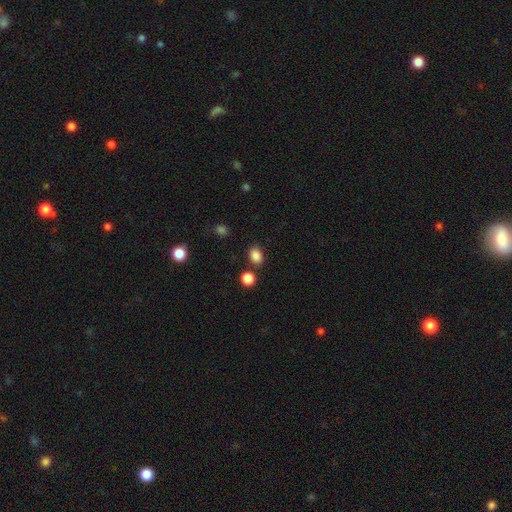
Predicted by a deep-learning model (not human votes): Q: Smooth or featured?
A: smooth (85%); runner-up: star or artifact (11%)
Q: How rounded?
A: in between (60%); runner-up: round (39%)
Q: Merging?
A: none (78%); runner-up: minor disturbance (11%)